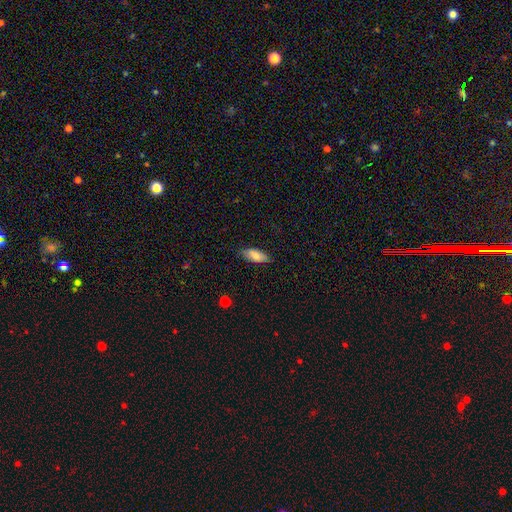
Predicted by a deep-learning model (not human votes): The model was most divided on "how rounded": in between: 79%, cigar-shaped: 19%, round: 2%. More confident: smooth or featured — smooth (81%); merging — none (78%).